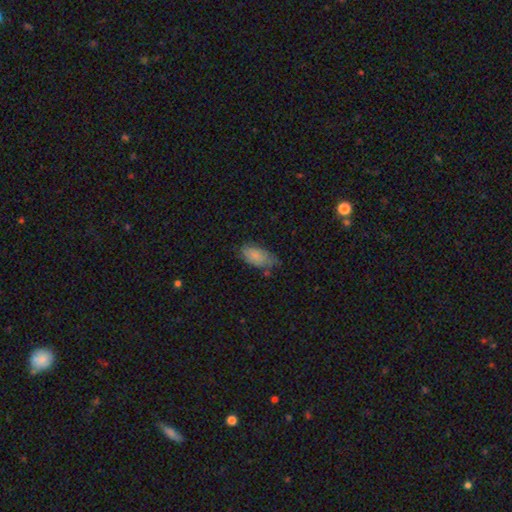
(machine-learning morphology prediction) smooth_or_featured: smooth (p=0.77) [alt: featured or disk p=0.16]
how_rounded: in between (p=0.92) [alt: cigar-shaped p=0.05]
merging: none (p=0.50) [alt: minor disturbance p=0.36]